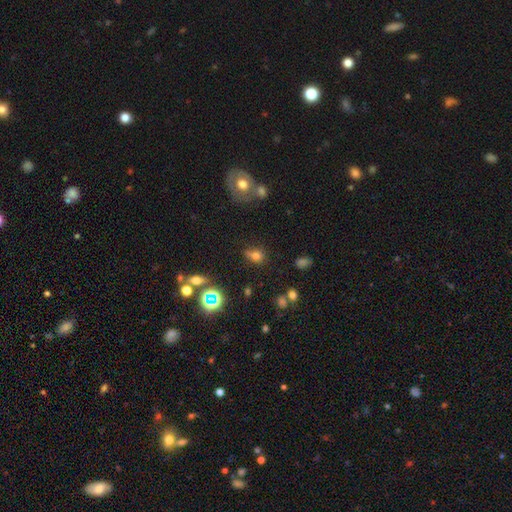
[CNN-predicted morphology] type=smooth (68%); roundness=round (61%); merging=none (56%).